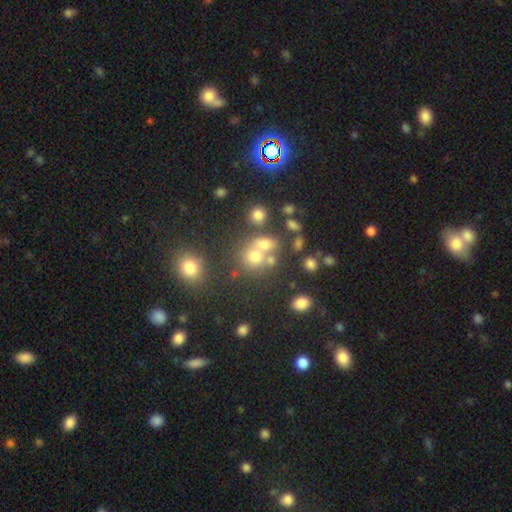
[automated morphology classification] Overall: smooth (48%; star or artifact 36%). Merging: none (51%; merger 35%).